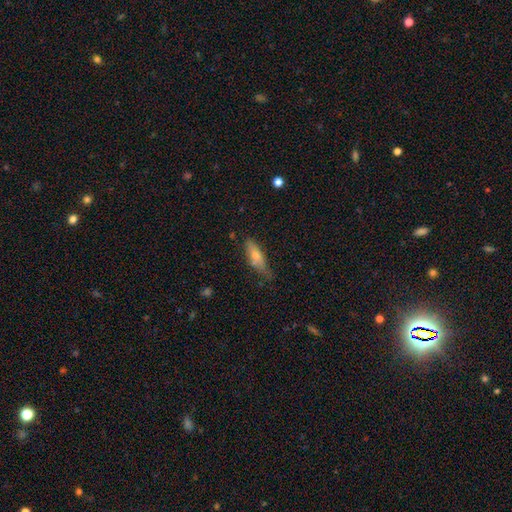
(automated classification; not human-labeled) A smooth galaxy with no disk features (57%) that is cigar-shaped (62%). Merging: none (65%).